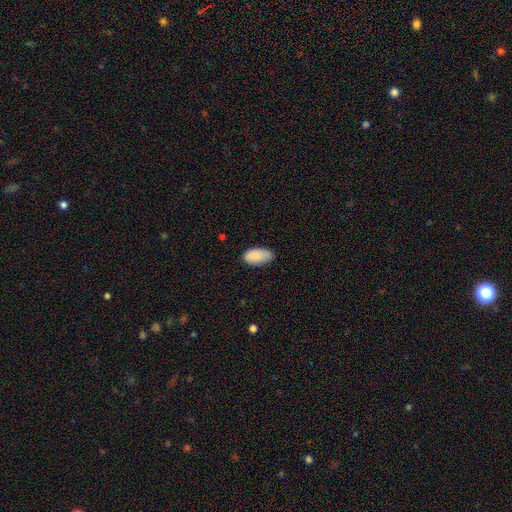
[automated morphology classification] Smooth or featured? Predicted: smooth (p=0.88). How rounded? Predicted: in between (p=0.94). Merging? Predicted: none (p=0.73).